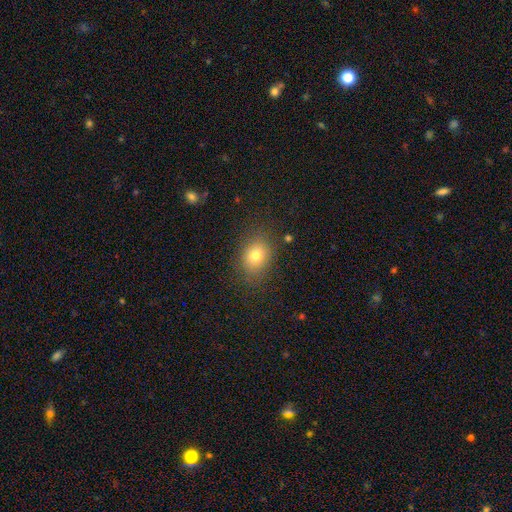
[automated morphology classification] This appears to be a smooth galaxy with no disk features (76%) that is in between round and cigar-shaped (56%). Merging: none (82%).